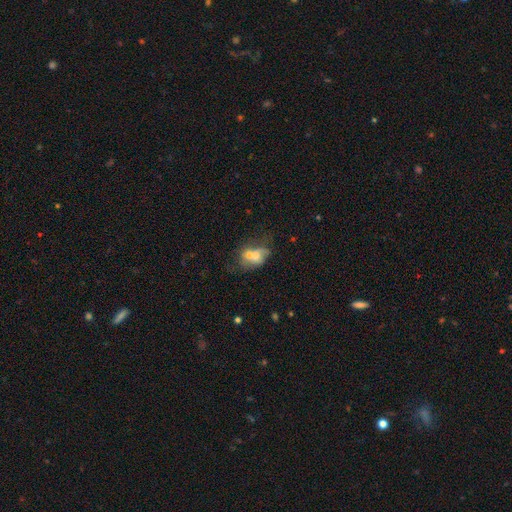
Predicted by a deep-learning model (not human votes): smooth-or-featured: smooth: 56% | featured or disk: 34% | star or artifact: 11%
  how-rounded: in between: 66% | round: 32% | cigar-shaped: 2%
  merging: merger: 60% | none: 19% | minor disturbance: 11% | major disturbance: 10%